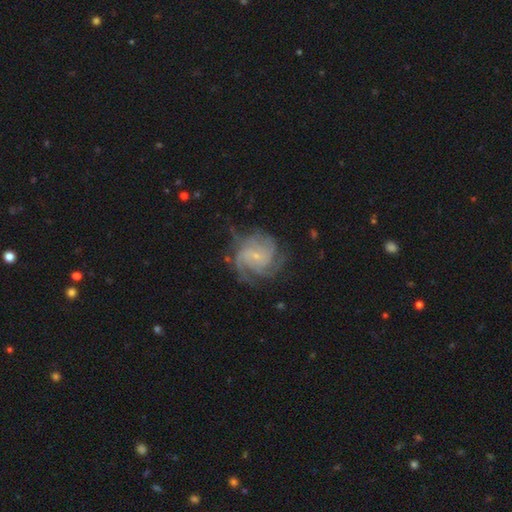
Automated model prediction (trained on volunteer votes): Smooth or featured? Predicted: featured or disk (p=0.85). Edge-on disk? Predicted: no (p=0.98). Bar? Predicted: no (p=0.62). Spiral arms? Predicted: yes (p=0.96). Spiral winding? Predicted: tight (p=0.53). Spiral arm count? Predicted: 3 (p=0.25). Bulge size? Predicted: small (p=0.80). Merging? Predicted: none (p=0.66).